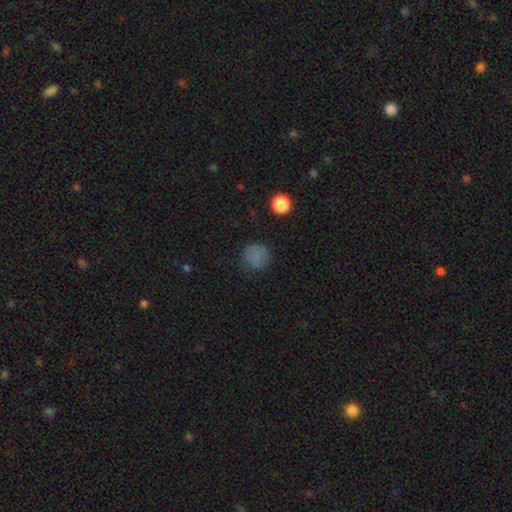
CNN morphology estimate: smooth_or_featured: smooth (p=0.76) [alt: star or artifact p=0.17]
how_rounded: round (p=0.88) [alt: in between p=0.10]
merging: none (p=0.75) [alt: minor disturbance p=0.17]